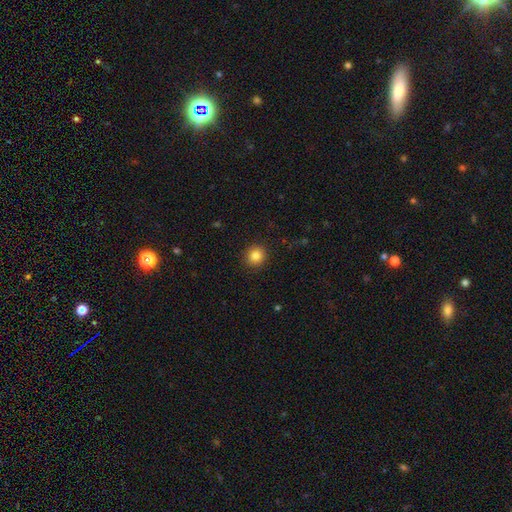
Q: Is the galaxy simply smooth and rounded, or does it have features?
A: smooth — 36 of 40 (90%).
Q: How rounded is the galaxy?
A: round — 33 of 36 (92%).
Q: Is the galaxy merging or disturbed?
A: none — 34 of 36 (94%).